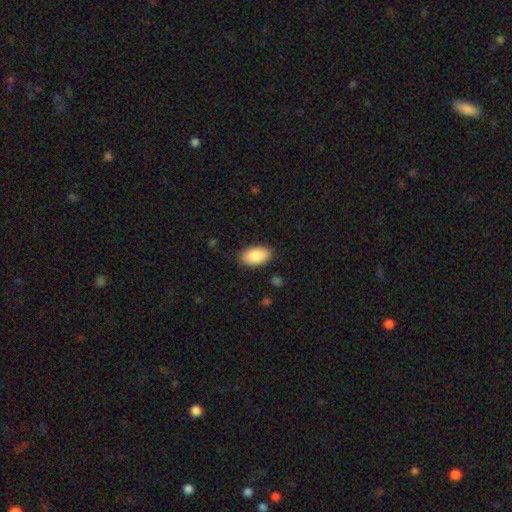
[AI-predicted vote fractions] Smooth or featured: smooth — 88% (star or artifact — 6%)
How rounded: in between — 95% (round — 3%)
Merging: none — 87% (minor disturbance — 10%)